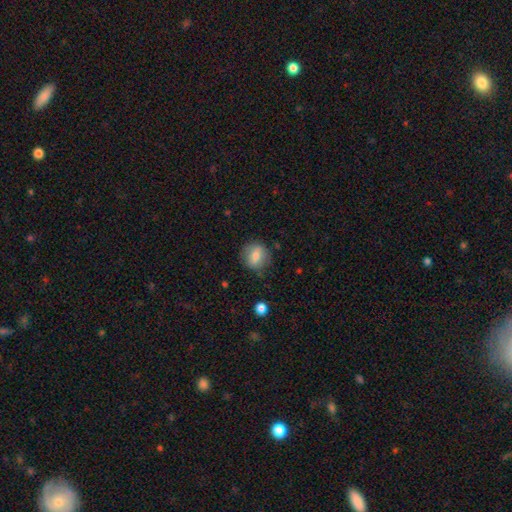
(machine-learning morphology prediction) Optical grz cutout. It shows a smooth galaxy with no disk features (73%) that is round (78%). Merging: none (80%).